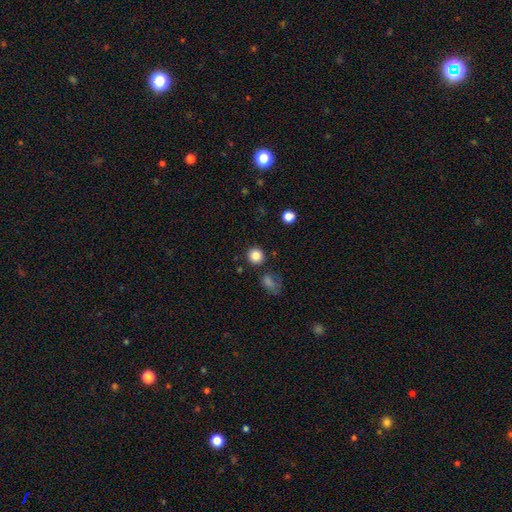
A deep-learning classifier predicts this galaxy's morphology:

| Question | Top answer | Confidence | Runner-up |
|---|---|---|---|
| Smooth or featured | smooth | 85% | star or artifact (11%) |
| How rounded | round | 91% | in between (8%) |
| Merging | none | 85% | minor disturbance (8%) |